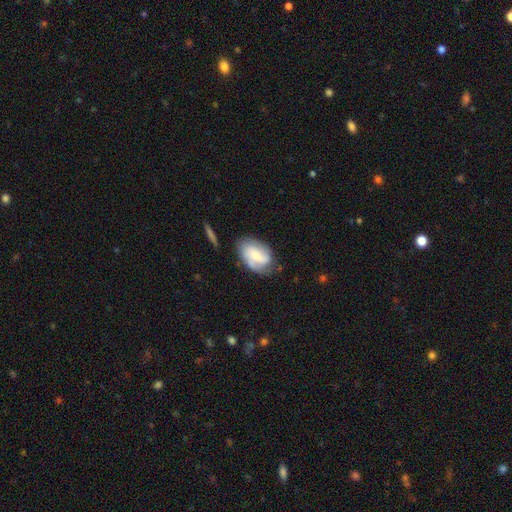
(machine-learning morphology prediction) type=featured or disk (53%); edge-on=no (96%); bar=no (51%); spiral arms=yes (85%); bulge=small (53%); merging=none (62%).